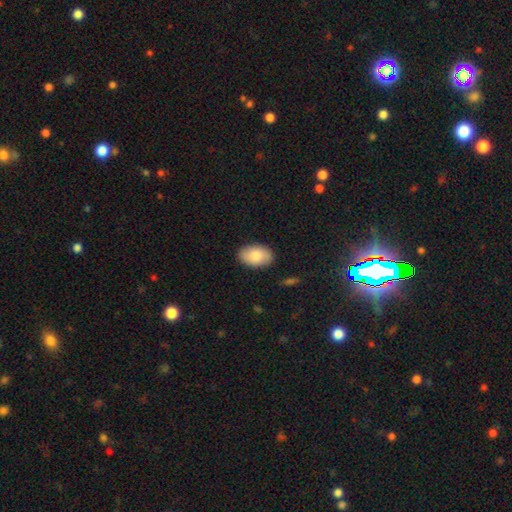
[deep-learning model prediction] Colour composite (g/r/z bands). It shows a smooth galaxy with no disk features (81%) that is in between round and cigar-shaped (91%). Merging: none (88%).